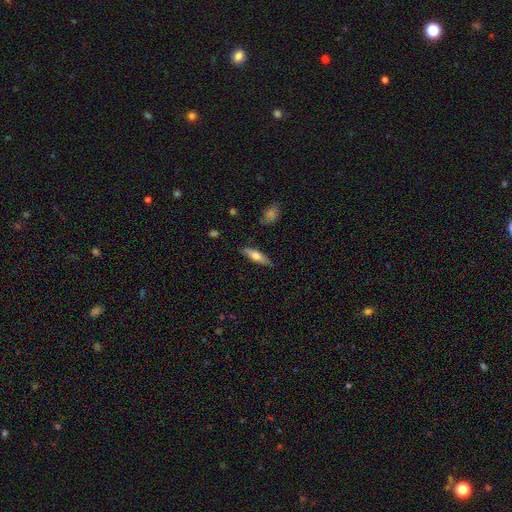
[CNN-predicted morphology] type=smooth (63%); roundness=cigar-shaped (59%); merging=none (85%).